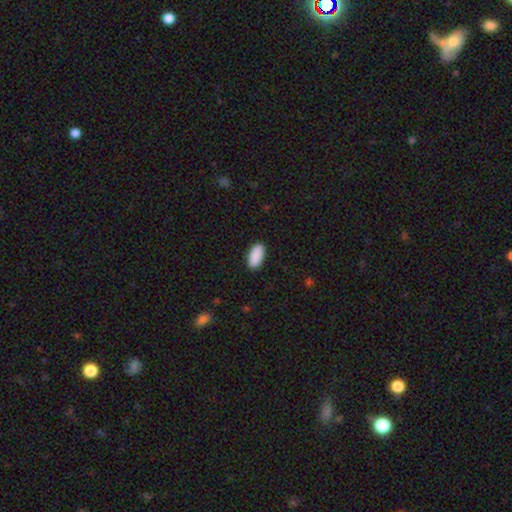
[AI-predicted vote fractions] Smooth or featured? Predicted: smooth (p=0.91). How rounded? Predicted: in between (p=0.93). Merging? Predicted: none (p=0.89).